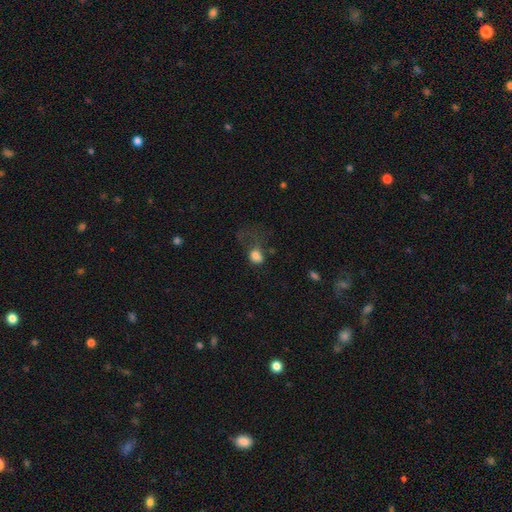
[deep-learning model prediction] smooth-or-featured: smooth: 77% | star or artifact: 12% | featured or disk: 11%
  how-rounded: in between: 53% | round: 45% | cigar-shaped: 1%
  merging: major disturbance: 52% | none: 24% | minor disturbance: 19% | merger: 6%